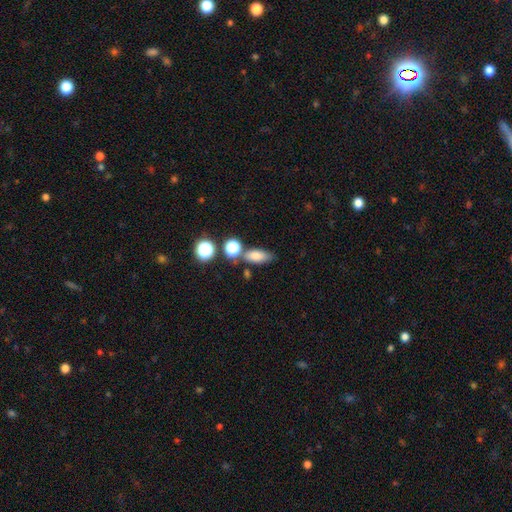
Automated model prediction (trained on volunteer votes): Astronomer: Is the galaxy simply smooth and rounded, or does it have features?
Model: smooth — 78%.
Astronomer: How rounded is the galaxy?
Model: in between — 79%.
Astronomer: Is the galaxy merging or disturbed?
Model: none — 63%.